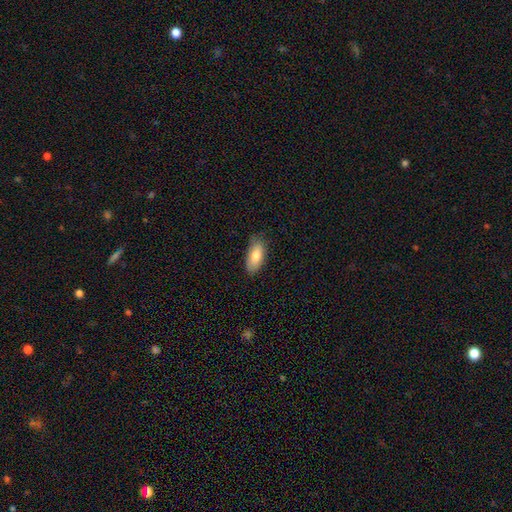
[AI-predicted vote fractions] The model was most divided on "merging": none: 80%, minor disturbance: 16%, major disturbance: 3%, merger: 1%. More confident: how rounded — in between (86%); smooth or featured — smooth (80%).